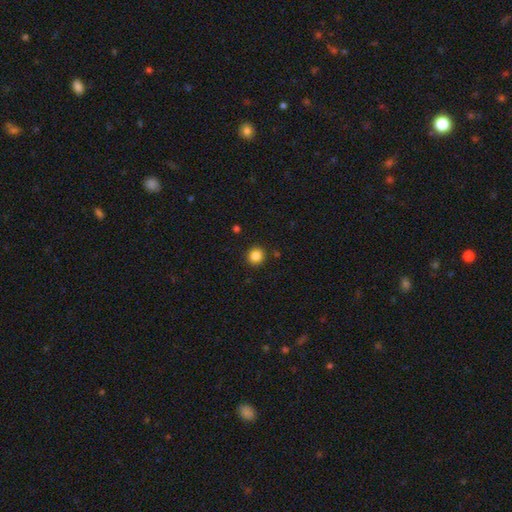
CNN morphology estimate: A smooth galaxy with no disk features (85%) that is round (94%). Merging: none (92%).